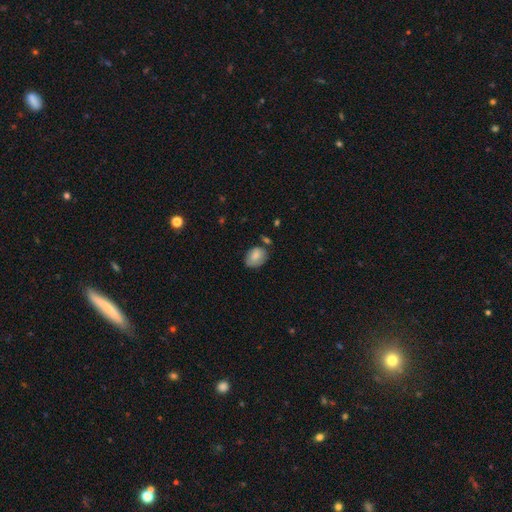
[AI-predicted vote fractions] smooth-or-featured: smooth: 81% | featured or disk: 11% | star or artifact: 8%
  how-rounded: in between: 72% | round: 26% | cigar-shaped: 1%
  merging: none: 62% | minor disturbance: 26% | major disturbance: 6% | merger: 6%